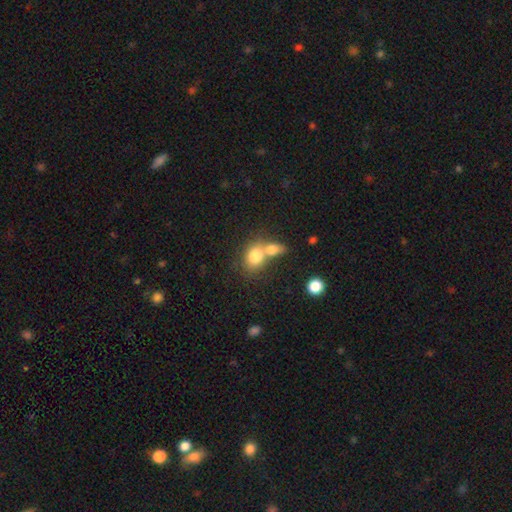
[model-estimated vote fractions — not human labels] A smooth galaxy with no disk features (79%) that is in between round and cigar-shaped (54%).

Vote fractions:
- Smooth or featured? smooth: 79% / featured or disk: 12% / star or artifact: 9%
- How rounded? in between: 54% / round: 44% / cigar-shaped: 1%
- Merging? merger: 61% / none: 28% / minor disturbance: 8% / major disturbance: 4%